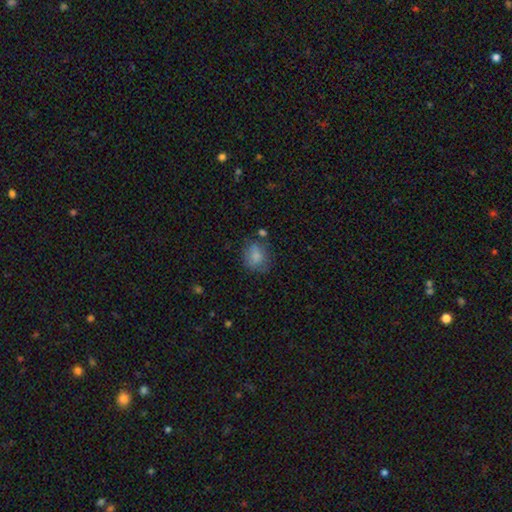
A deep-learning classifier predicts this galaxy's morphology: type=smooth (80%); roundness=round (58%); merging=none (63%).